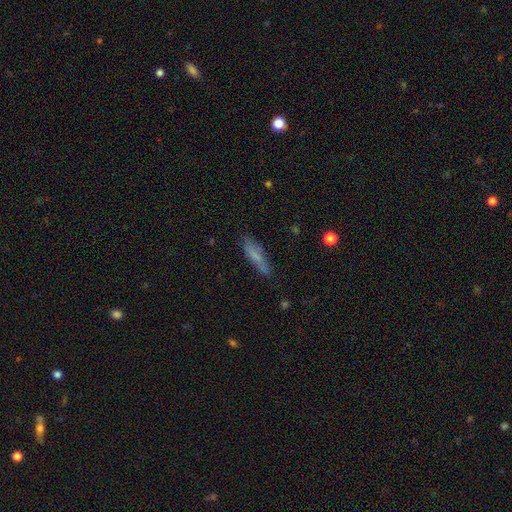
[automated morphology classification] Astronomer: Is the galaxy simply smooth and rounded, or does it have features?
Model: smooth — 67%.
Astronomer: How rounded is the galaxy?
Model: cigar-shaped — 74%.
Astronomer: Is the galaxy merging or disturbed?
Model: none — 77%.